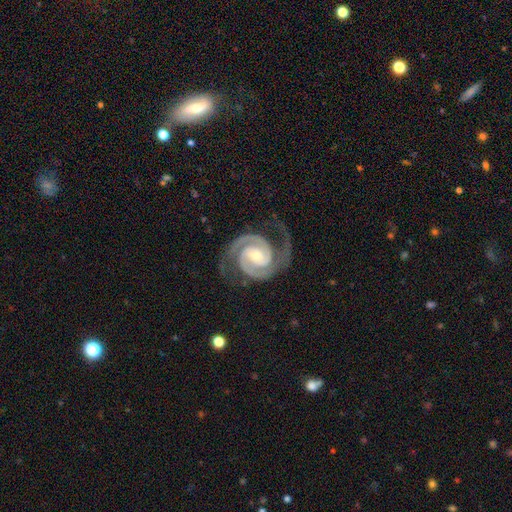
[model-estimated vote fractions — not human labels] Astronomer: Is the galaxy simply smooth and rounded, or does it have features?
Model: featured or disk — 94%.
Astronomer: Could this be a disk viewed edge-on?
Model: no — 98%.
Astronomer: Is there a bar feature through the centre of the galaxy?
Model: no — 47% (runner-up: weak, 35%).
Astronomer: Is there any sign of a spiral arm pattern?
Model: yes — 99%.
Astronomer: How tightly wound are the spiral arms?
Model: tight — 57% (runner-up: medium, 38%).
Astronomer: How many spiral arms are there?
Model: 2 — 92%.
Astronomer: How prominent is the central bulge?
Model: moderate — 49% (runner-up: small, 44%).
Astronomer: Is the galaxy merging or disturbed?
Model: none — 73%.